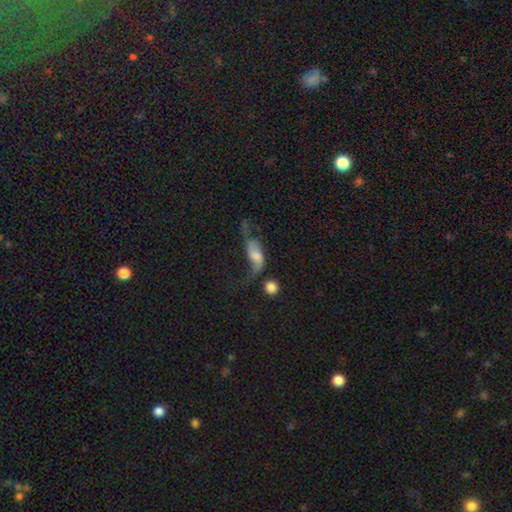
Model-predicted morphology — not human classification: The model was most divided on "merging": major disturbance: 39%, none: 29%, minor disturbance: 18%, merger: 14%. More confident: edge-on disk — no (87%); smooth or featured — featured or disk (54%).